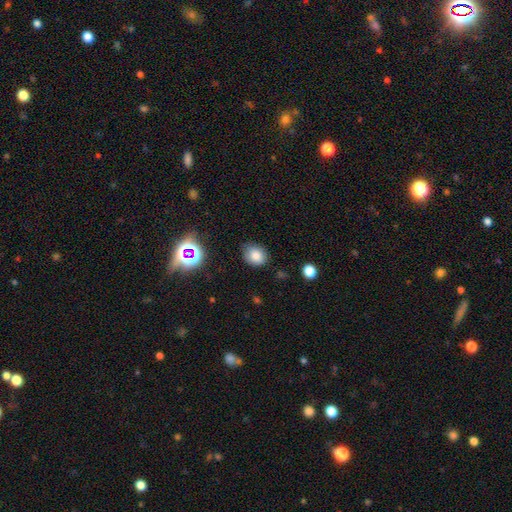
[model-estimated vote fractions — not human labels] The model was most divided on "how rounded": round: 56%, in between: 43%, cigar-shaped: 1%. More confident: smooth or featured — smooth (80%); merging — none (74%).